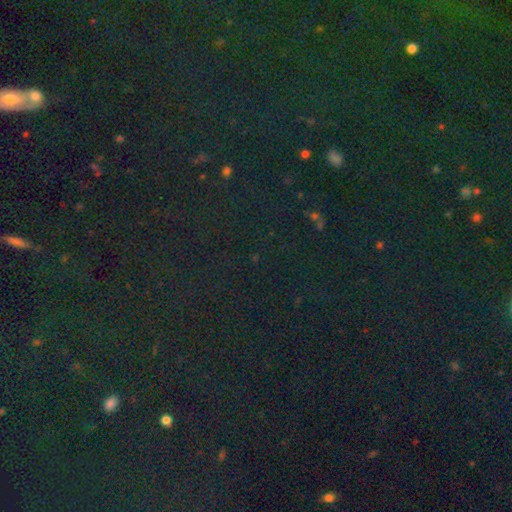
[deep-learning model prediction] A star or artifact, not a galaxy (78%).